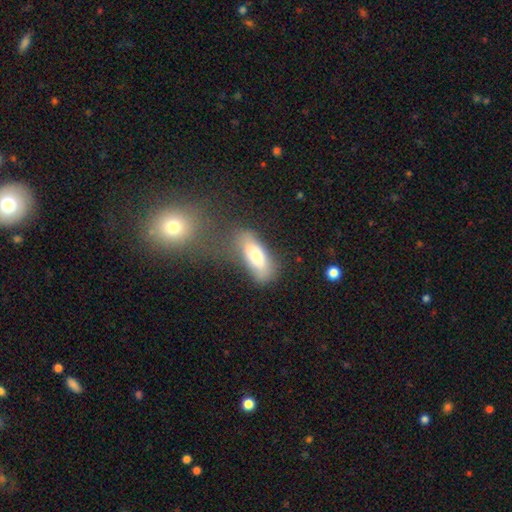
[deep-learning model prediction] smooth-or-featured: smooth: 69% | featured or disk: 23% | star or artifact: 8%
  how-rounded: in between: 79% | cigar-shaped: 18% | round: 4%
  merging: none: 49% | minor disturbance: 21% | merger: 16% | major disturbance: 13%